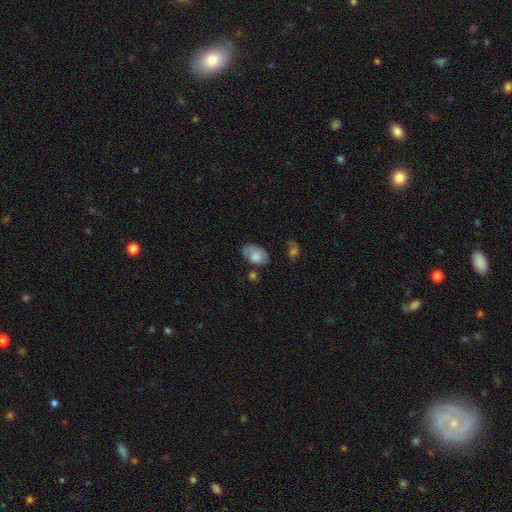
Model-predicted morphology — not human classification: The model was most divided on "merging": none: 53%, minor disturbance: 29%, major disturbance: 12%, merger: 7%. More confident: how rounded — in between (87%); smooth or featured — smooth (74%).